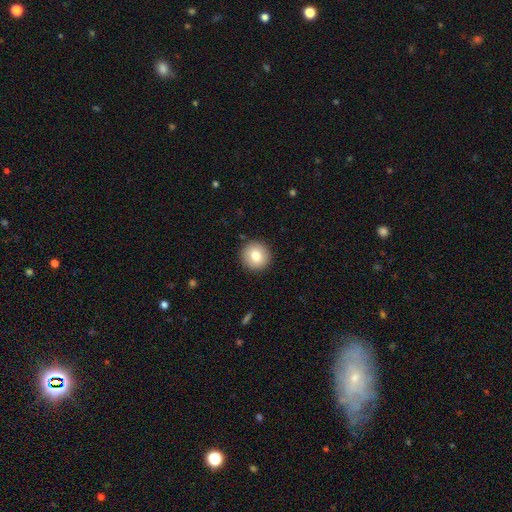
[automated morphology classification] smooth_or_featured: smooth (p=0.79) [alt: featured or disk p=0.12]
how_rounded: round (p=0.95) [alt: in between p=0.04]
merging: none (p=0.92) [alt: minor disturbance p=0.06]